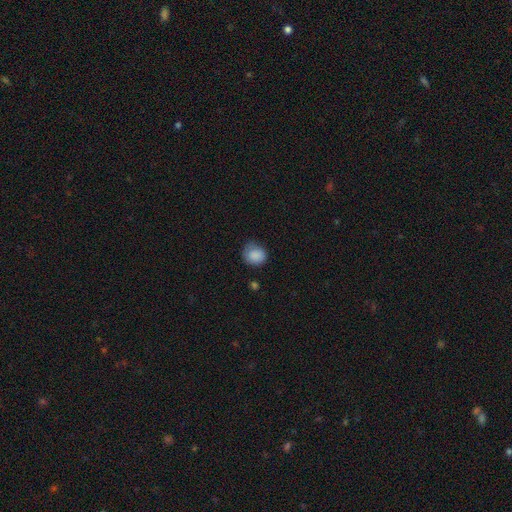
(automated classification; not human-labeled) Morphology: type=smooth (87%); roundness=round (76%); merging=none (64%).